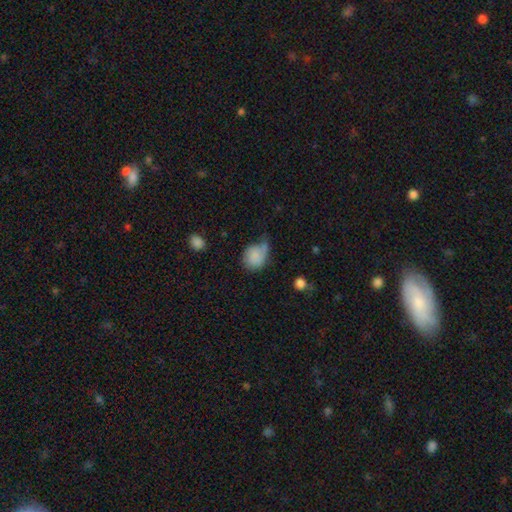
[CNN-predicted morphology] This is likely a smooth galaxy (79%). How rounded: possibly round (59%). Merging: marginally minor disturbance (40%).